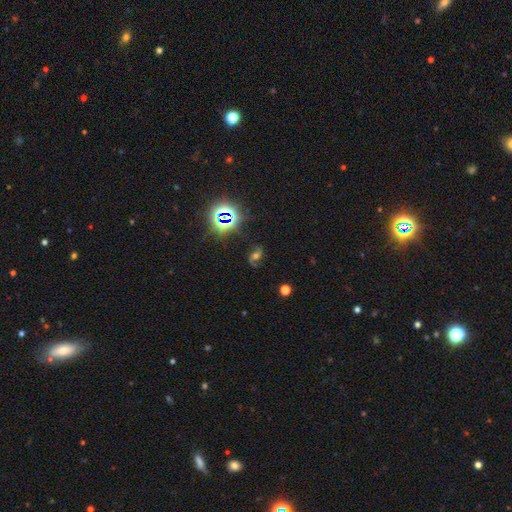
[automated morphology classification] star or artifact 56%, featured or disk 22%, smooth 22%.